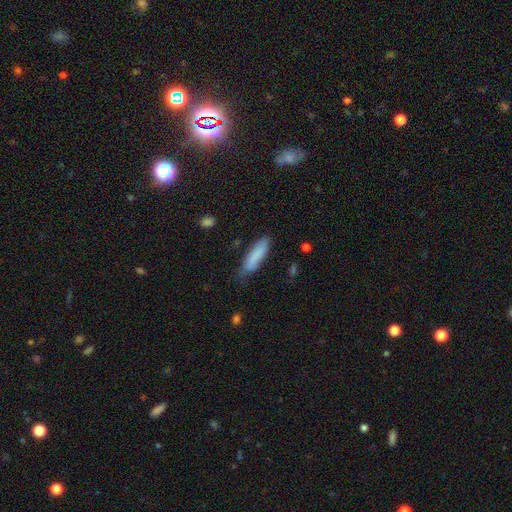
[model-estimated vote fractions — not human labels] Smooth or featured?
  - smooth: 83% *
  - featured or disk: 11%
  - star or artifact: 6%
How rounded?
  - cigar-shaped: 68% *
  - in between: 31%
  - round: 1%
Merging?
  - none: 73% *
  - minor disturbance: 22%
  - major disturbance: 4%
  - merger: 2%